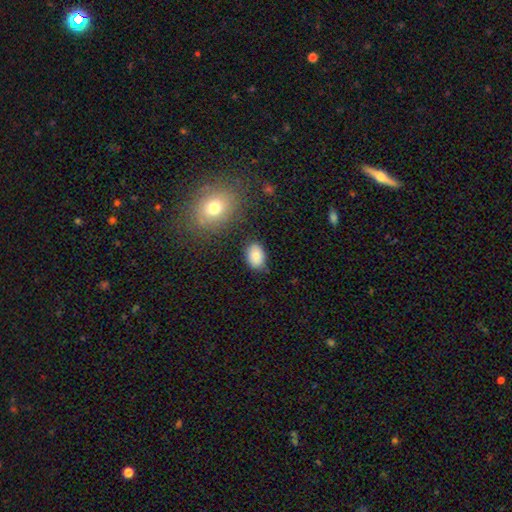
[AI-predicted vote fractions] Smooth or featured? smooth (84%)
How rounded? in between (84%)
Merging? none (78%)